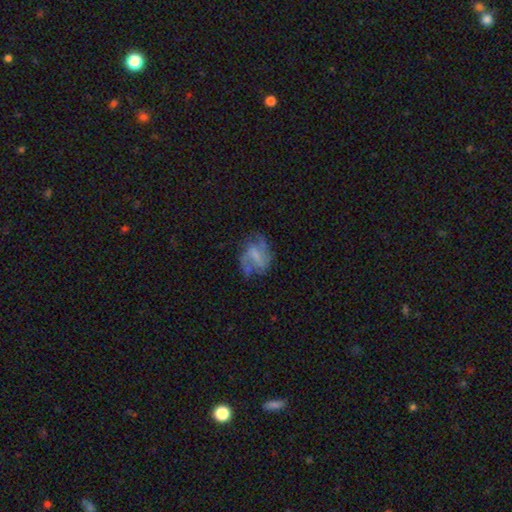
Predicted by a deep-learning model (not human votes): smooth-or-featured: featured or disk: 60% | smooth: 30% | star or artifact: 10%
  disk-edge-on: no: 97% | yes: 3%
    bar: weak: 41% | no: 37% | strong: 22%
    has-spiral-arms: yes: 68% | no: 32%
    bulge-size: none: 56% | small: 21% | moderate: 16% | large: 6% | dominant: 2%
  merging: none: 49% | minor disturbance: 24% | major disturbance: 23% | merger: 4%